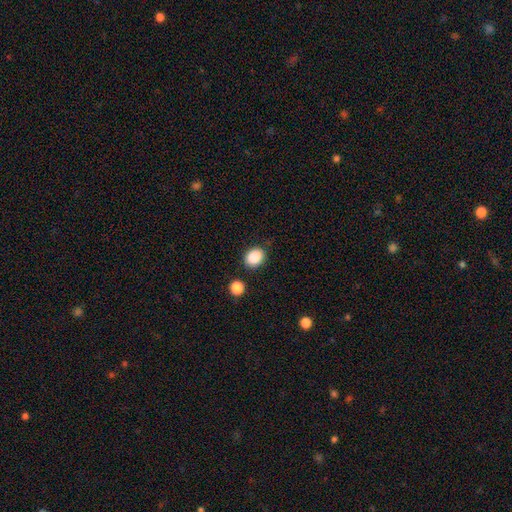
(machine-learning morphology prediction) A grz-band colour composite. It shows a smooth galaxy with no disk features (89%) that is in between round and cigar-shaped (55%). Merging: none (84%).